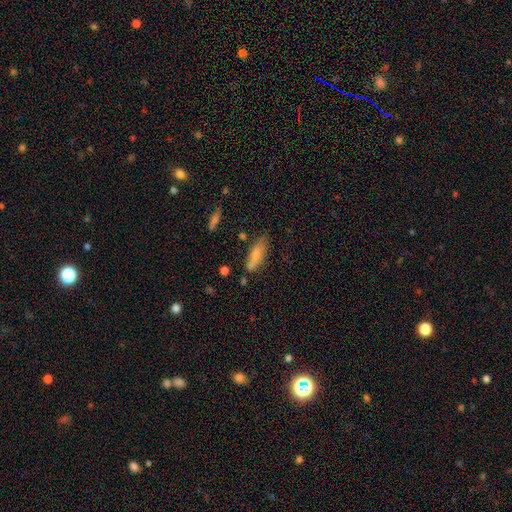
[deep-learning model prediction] Overall: smooth (74%). How rounded: in between (55%; cigar-shaped 43%). Merging: none (58%; minor disturbance 25%).